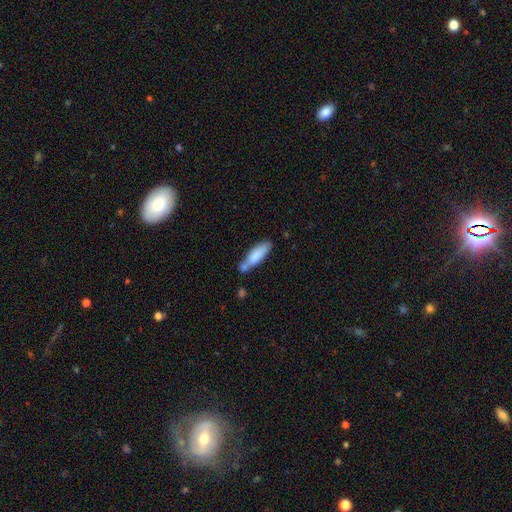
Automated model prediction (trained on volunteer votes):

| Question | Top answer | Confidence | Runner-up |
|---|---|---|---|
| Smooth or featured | smooth | 81% | featured or disk (13%) |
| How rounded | cigar-shaped | 59% | in between (39%) |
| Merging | none | 49% | merger (25%) |